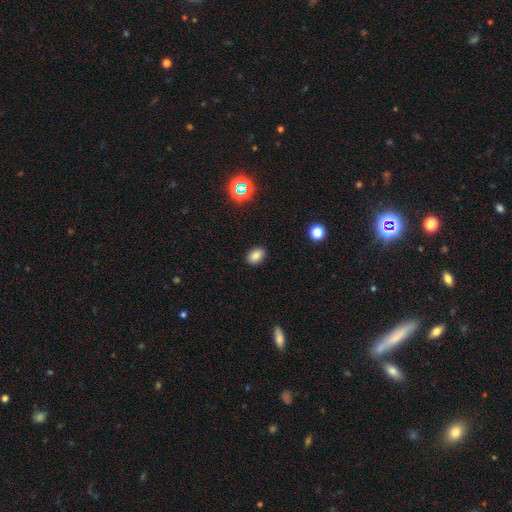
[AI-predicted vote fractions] The model was most divided on "how rounded": in between: 72%, round: 27%, cigar-shaped: 1%. More confident: merging — none (89%); smooth or featured — smooth (82%).